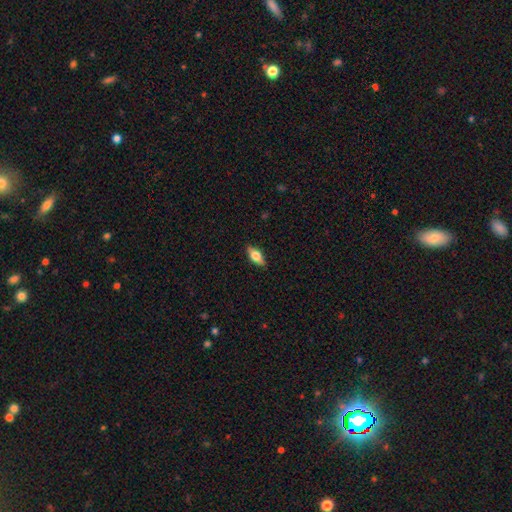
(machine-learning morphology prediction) Smooth or featured? Predicted: smooth (p=0.62). How rounded? Predicted: in between (p=0.80). Merging? Predicted: none (p=0.87).